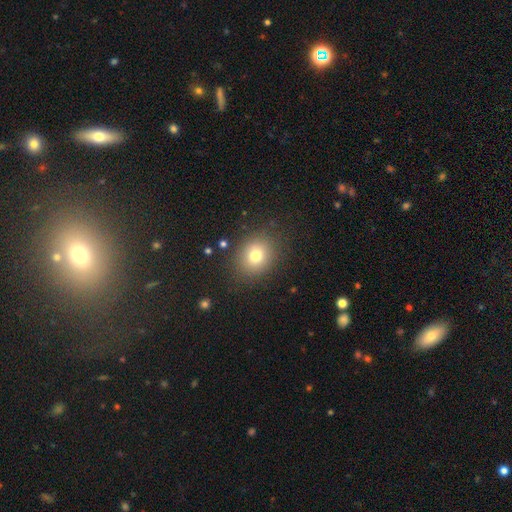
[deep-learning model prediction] smooth 75%, star or artifact 13%, featured or disk 11%. Down the decision tree: how rounded — round (66%); merging — none (85%).